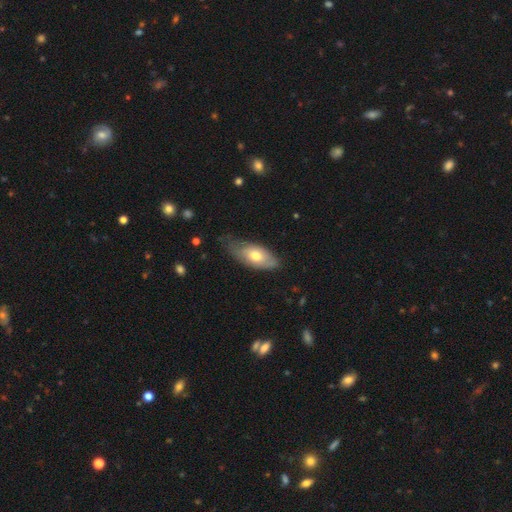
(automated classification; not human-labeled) Smooth or featured?
  - smooth: 62% *
  - featured or disk: 33%
  - star or artifact: 6%
How rounded?
  - in between: 88% *
  - cigar-shaped: 9%
  - round: 3%
Merging?
  - none: 49% *
  - minor disturbance: 38%
  - major disturbance: 12%
  - merger: 2%